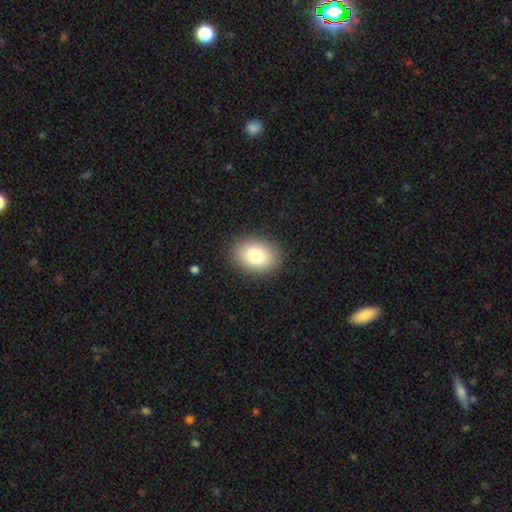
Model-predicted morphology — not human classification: A smooth galaxy with no disk features (81%) that is in between round and cigar-shaped (69%). Merging: none (88%).